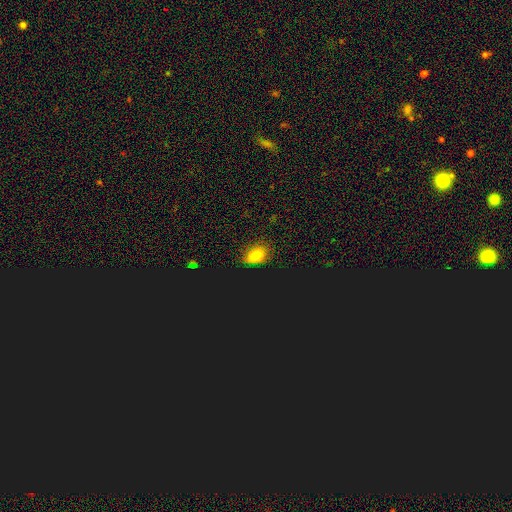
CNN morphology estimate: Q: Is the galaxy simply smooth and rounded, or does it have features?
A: smooth — 66%.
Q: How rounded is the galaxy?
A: in between — 74%.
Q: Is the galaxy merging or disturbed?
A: none — 77%.